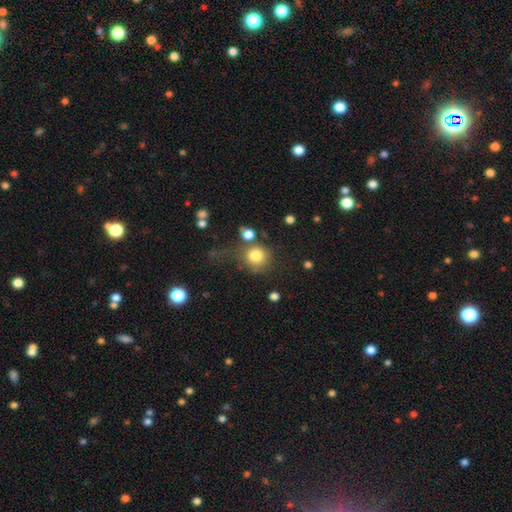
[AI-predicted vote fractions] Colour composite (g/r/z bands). It shows a smooth galaxy with no disk features (81%) that is round (89%). Merging: none (59%).